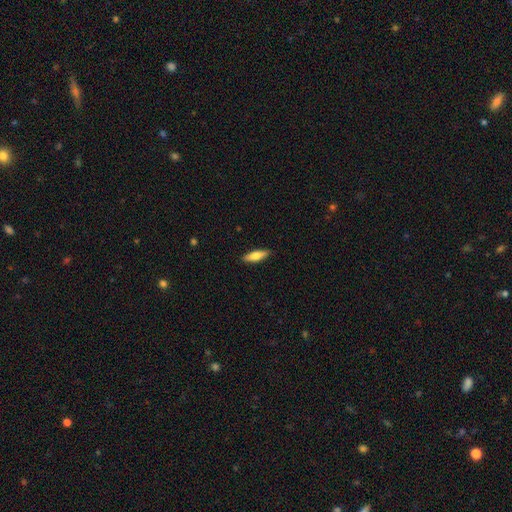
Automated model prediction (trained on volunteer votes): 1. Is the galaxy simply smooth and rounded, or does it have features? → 76% smooth, 18% featured or disk, 6% star or artifact.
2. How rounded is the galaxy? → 51% cigar-shaped, 47% in between, 2% round.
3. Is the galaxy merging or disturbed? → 89% none, 9% minor disturbance, 2% major disturbance, 1% merger.